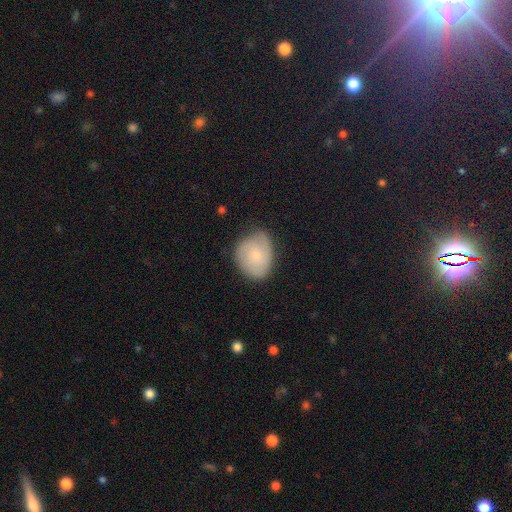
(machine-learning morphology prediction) type=smooth (61%); roundness=in between (52%); merging=none (60%).